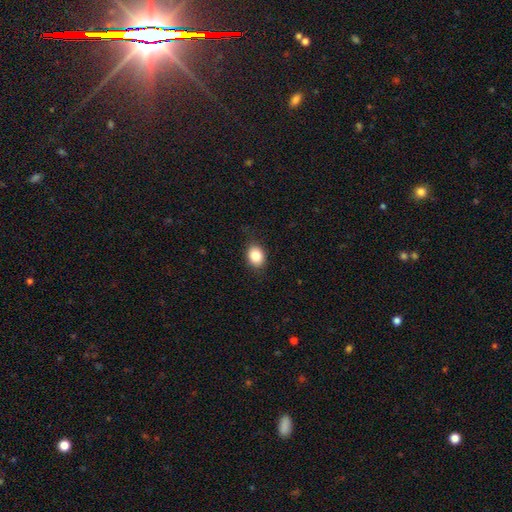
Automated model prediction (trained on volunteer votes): A smooth galaxy with no disk features (85%) that is in between round and cigar-shaped (56%).

Vote fractions:
- Smooth or featured? smooth: 85% / star or artifact: 9% / featured or disk: 6%
- How rounded? in between: 56% / round: 43% / cigar-shaped: 1%
- Merging? none: 85% / minor disturbance: 12% / major disturbance: 3% / merger: 1%